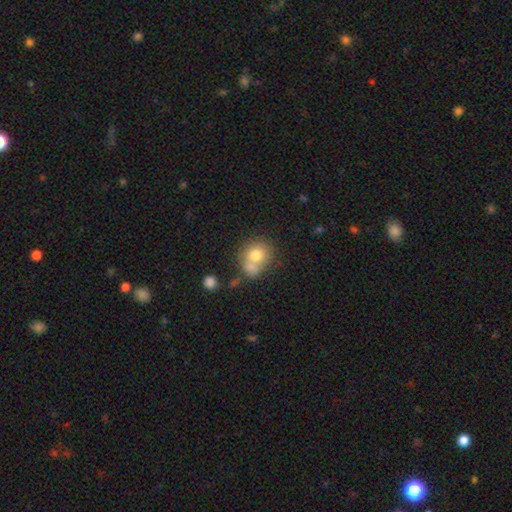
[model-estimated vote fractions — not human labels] smooth-or-featured: smooth: 75% | featured or disk: 15% | star or artifact: 10%
  how-rounded: round: 75% | in between: 25% | cigar-shaped: 1%
  merging: merger: 43% | none: 39% | minor disturbance: 13% | major disturbance: 5%